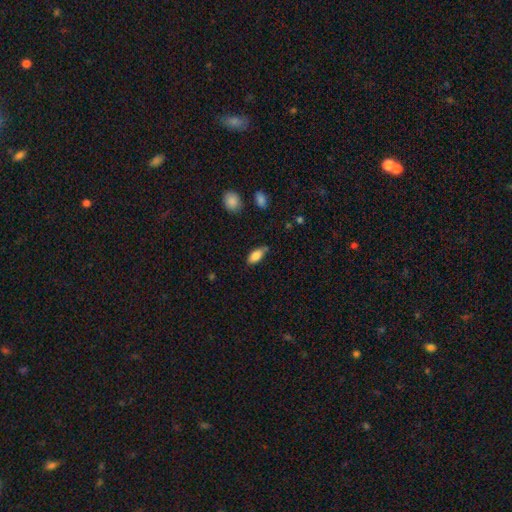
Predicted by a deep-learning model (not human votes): This is clearly a smooth galaxy (82%). How rounded: clearly in between (85%). Merging: likely none (64%).